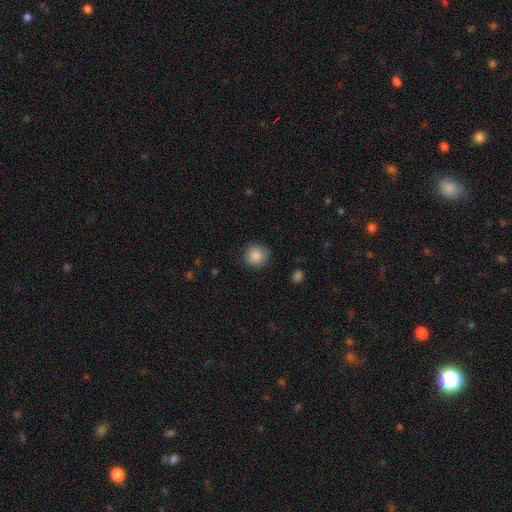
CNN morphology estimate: smooth-or-featured: smooth: 87% | star or artifact: 9% | featured or disk: 4%
  how-rounded: round: 89% | in between: 10% | cigar-shaped: 1%
  merging: none: 84% | minor disturbance: 12% | major disturbance: 3% | merger: 1%